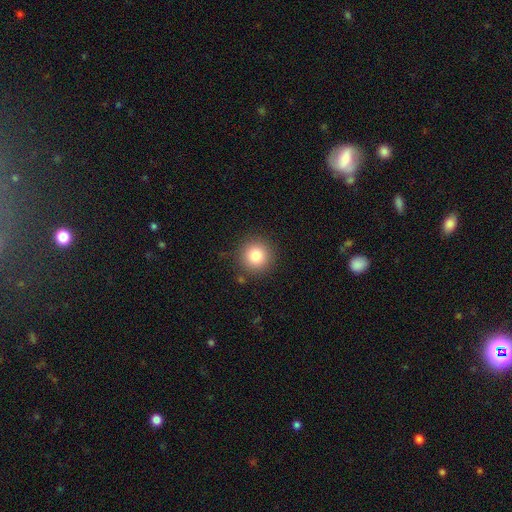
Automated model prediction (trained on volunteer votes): Smooth or featured?
  - smooth: 82% *
  - star or artifact: 11%
  - featured or disk: 7%
How rounded?
  - round: 95% *
  - in between: 4%
  - cigar-shaped: 1%
Merging?
  - none: 87% *
  - minor disturbance: 8%
  - major disturbance: 3%
  - merger: 2%